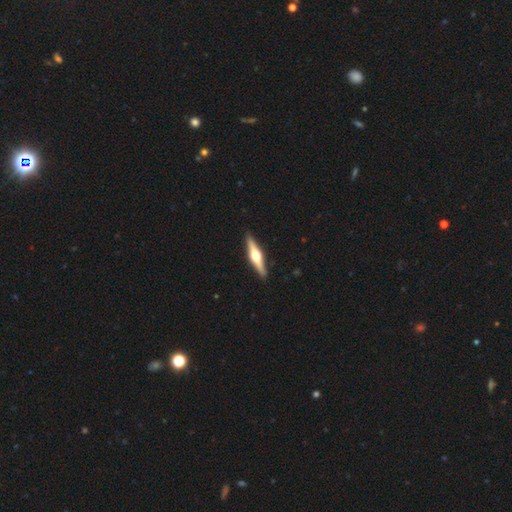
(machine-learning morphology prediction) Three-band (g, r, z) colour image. It shows a featured or disk galaxy (72%) viewed edge-on (98%) with a rounded central bulge (95%). Merging: none (91%).